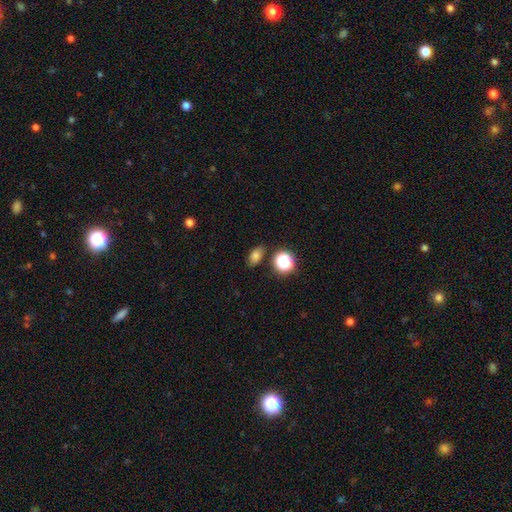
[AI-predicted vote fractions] The model was most divided on "how rounded": in between: 78%, round: 20%, cigar-shaped: 2%. More confident: merging — none (80%); smooth or featured — smooth (77%).